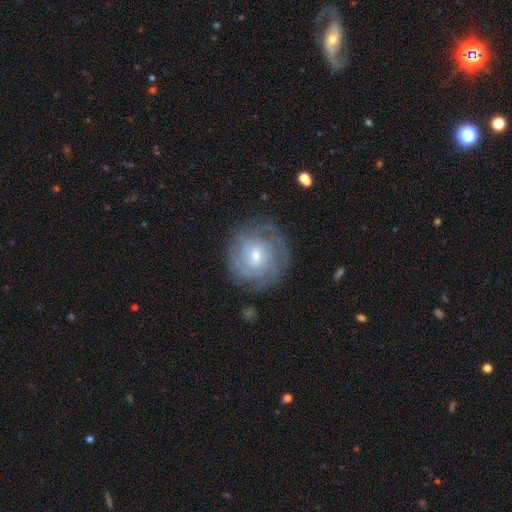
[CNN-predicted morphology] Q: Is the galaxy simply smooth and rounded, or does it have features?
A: featured or disk — 81%.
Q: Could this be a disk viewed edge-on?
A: no — 97%.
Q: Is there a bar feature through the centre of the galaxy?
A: weak — 53%.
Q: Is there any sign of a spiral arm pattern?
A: yes — 95%.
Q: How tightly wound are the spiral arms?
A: tight — 77%.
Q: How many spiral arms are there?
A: can't tell — 38%.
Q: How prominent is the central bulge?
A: small — 50%.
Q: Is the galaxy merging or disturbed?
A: none — 80%.